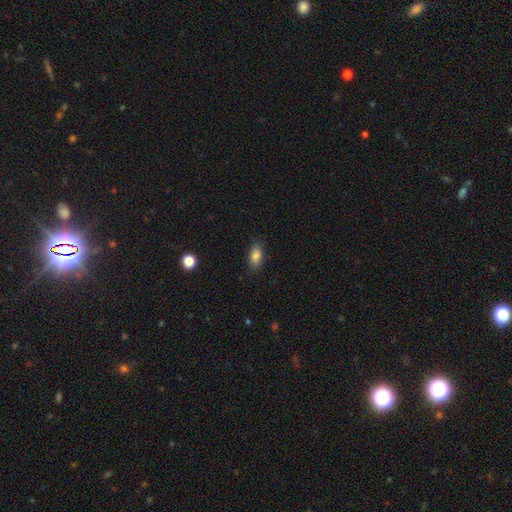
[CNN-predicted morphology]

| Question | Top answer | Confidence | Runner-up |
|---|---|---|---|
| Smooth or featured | smooth | 84% | star or artifact (9%) |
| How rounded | in between | 88% | cigar-shaped (6%) |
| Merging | none | 86% | minor disturbance (11%) |